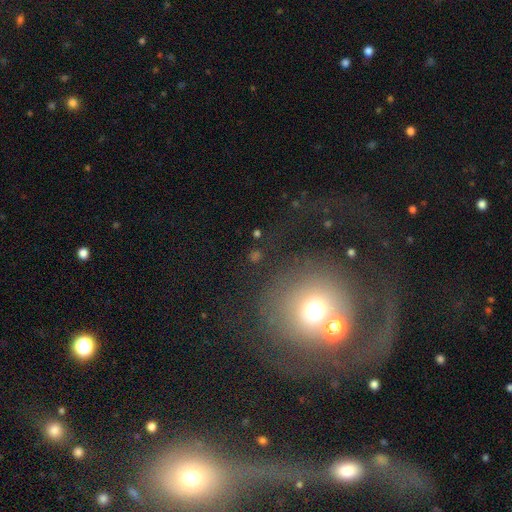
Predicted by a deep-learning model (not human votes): Q: Smooth or featured?
A: smooth (52%); runner-up: star or artifact (27%)
Q: How rounded?
A: round (86%); runner-up: in between (13%)
Q: Merging?
A: none (58%); runner-up: major disturbance (17%)